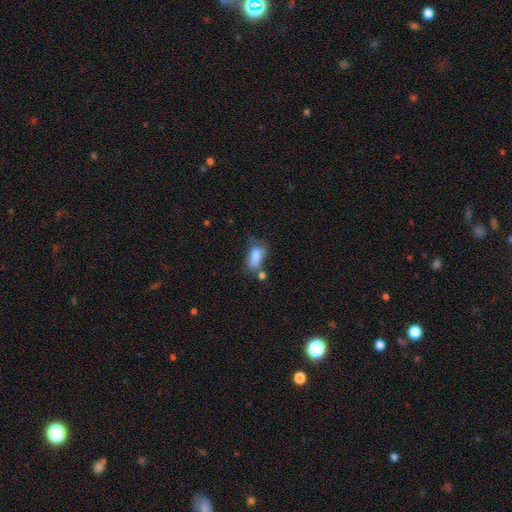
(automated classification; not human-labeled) Smooth or featured? Predicted: smooth (p=0.80). How rounded? Predicted: in between (p=0.83). Merging? Predicted: none (p=0.39).